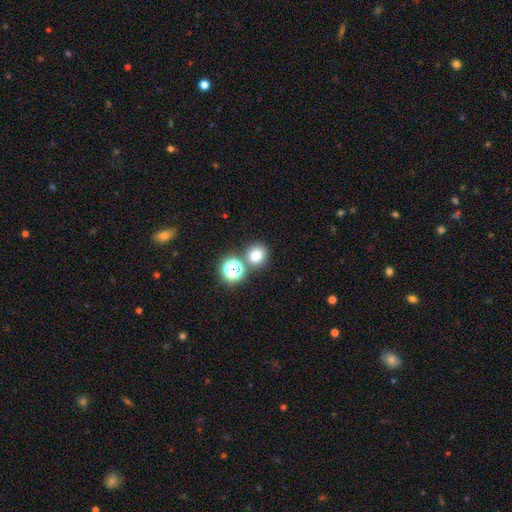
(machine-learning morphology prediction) smooth-or-featured: smooth: 73% | star or artifact: 19% | featured or disk: 8%
  how-rounded: round: 84% | in between: 15% | cigar-shaped: 1%
  merging: none: 71% | merger: 18% | minor disturbance: 8% | major disturbance: 3%